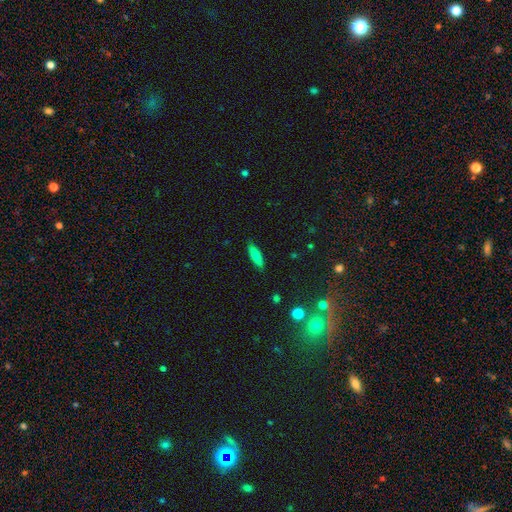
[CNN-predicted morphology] Smooth or featured? smooth (78%)
How rounded? cigar-shaped (67%)
Merging? none (86%)